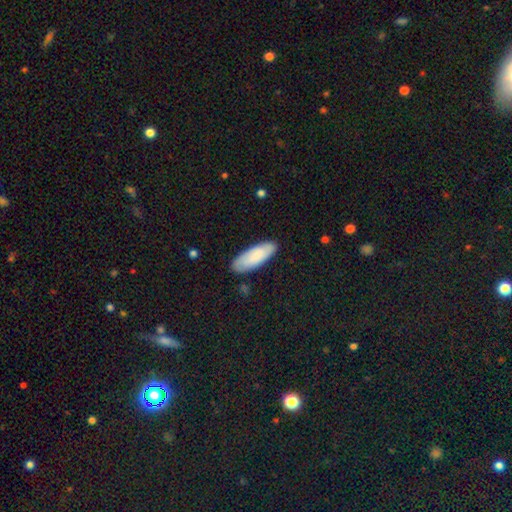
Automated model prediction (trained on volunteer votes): Smooth or featured: smooth — 80% (featured or disk — 14%)
How rounded: in between — 68% (cigar-shaped — 30%)
Merging: none — 85% (minor disturbance — 12%)